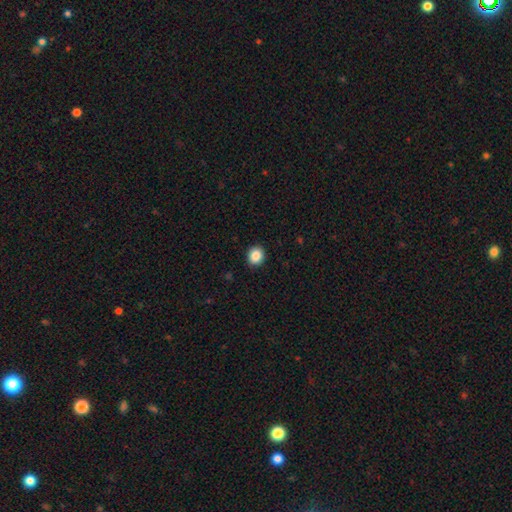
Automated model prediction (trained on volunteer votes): smooth-or-featured: smooth: 87% | star or artifact: 9% | featured or disk: 4%
  how-rounded: round: 75% | in between: 24% | cigar-shaped: 1%
  merging: none: 92% | minor disturbance: 6% | major disturbance: 2% | merger: 1%